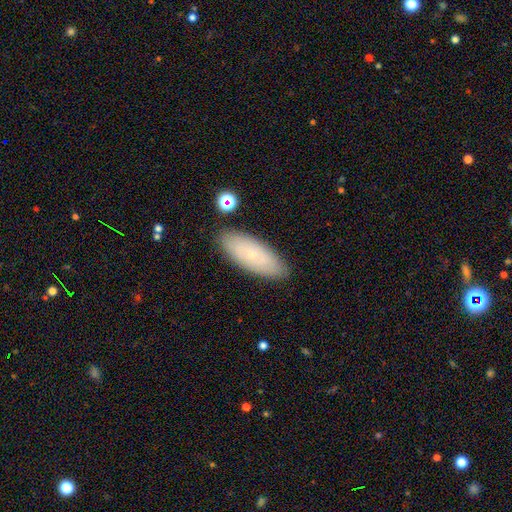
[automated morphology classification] smooth_or_featured: smooth (p=0.73) [alt: featured or disk p=0.16]
how_rounded: in between (p=0.68) [alt: cigar-shaped p=0.29]
merging: none (p=0.85) [alt: minor disturbance p=0.10]